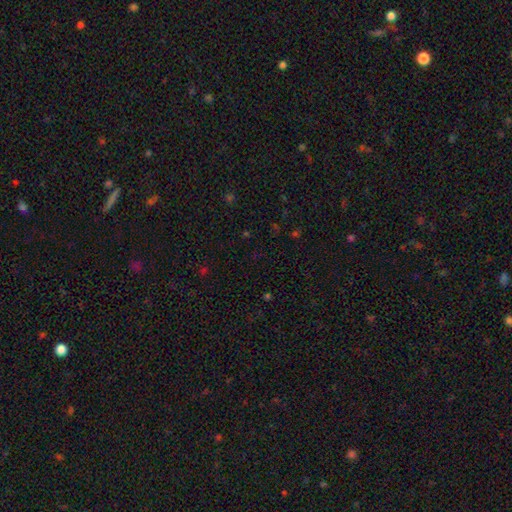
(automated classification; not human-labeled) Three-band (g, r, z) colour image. It shows a star or artifact, not a galaxy (60%).